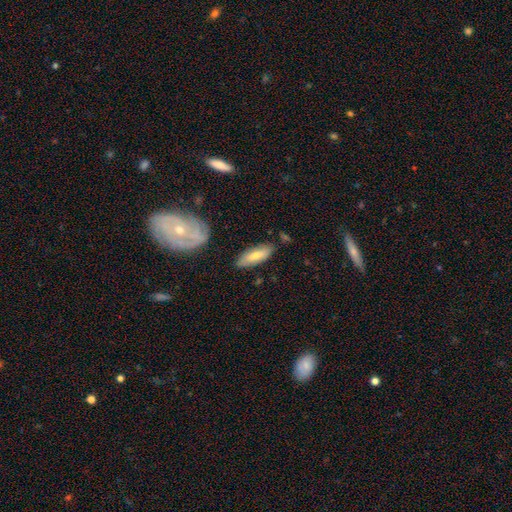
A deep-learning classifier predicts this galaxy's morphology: type=smooth (67%); roundness=in between (58%); merging=none (81%).